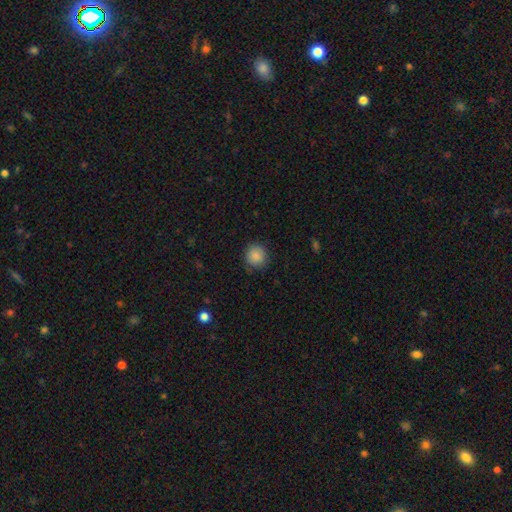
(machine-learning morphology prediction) smooth 88%, star or artifact 8%, featured or disk 4%. Down the decision tree: how rounded — round (90%); merging — none (85%).